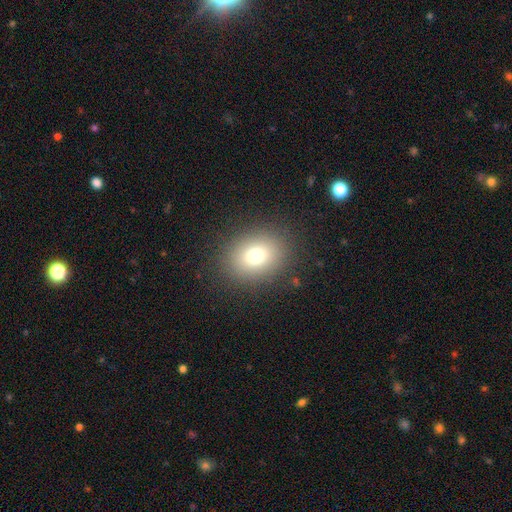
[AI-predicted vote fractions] smooth_or_featured: smooth (p=0.76) [alt: star or artifact p=0.14]
how_rounded: round (p=0.53) [alt: in between p=0.46]
merging: none (p=0.87) [alt: minor disturbance p=0.08]